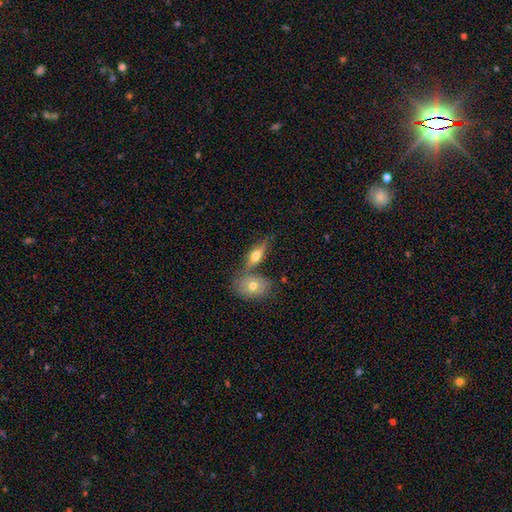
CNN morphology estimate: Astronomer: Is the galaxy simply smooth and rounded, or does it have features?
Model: smooth — 48% (runner-up: featured or disk, 45%).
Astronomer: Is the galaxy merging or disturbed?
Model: none — 54% (runner-up: merger, 29%).